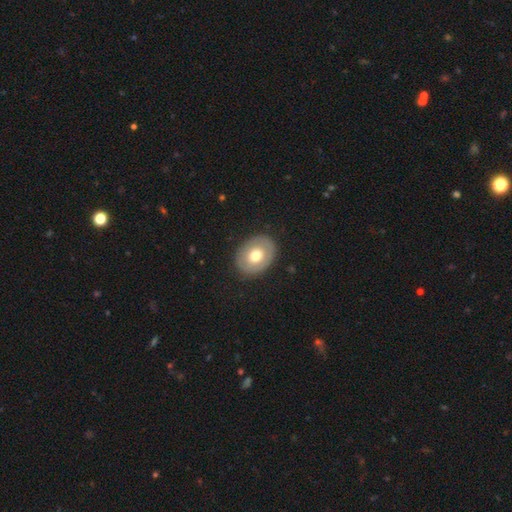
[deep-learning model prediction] A smooth galaxy with no disk features (61%) that is in between round and cigar-shaped (64%).

Vote fractions:
- Smooth or featured? smooth: 61% / featured or disk: 33% / star or artifact: 6%
- How rounded? in between: 64% / round: 36% / cigar-shaped: 1%
- Merging? none: 86% / minor disturbance: 10% / major disturbance: 3% / merger: 1%